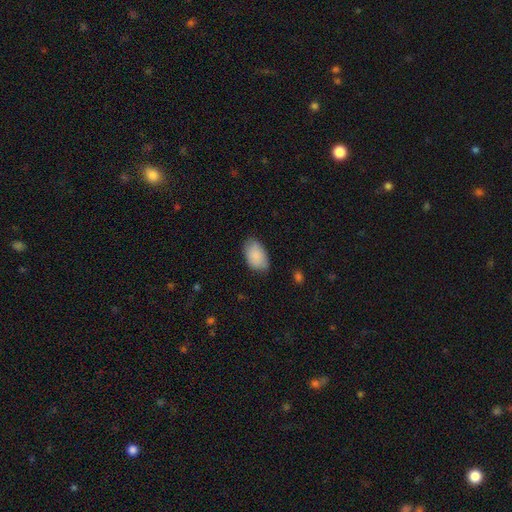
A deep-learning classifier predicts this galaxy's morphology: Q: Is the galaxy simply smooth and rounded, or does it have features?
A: smooth — 89%.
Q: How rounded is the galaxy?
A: in between — 93%.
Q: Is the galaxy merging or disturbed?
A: none — 79%.